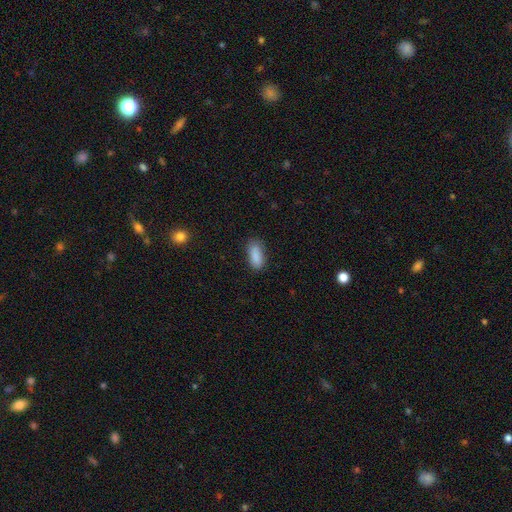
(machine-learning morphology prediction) The model was most divided on "how rounded": in between: 81%, cigar-shaped: 16%, round: 2%. More confident: smooth or featured — smooth (89%); merging — none (81%).